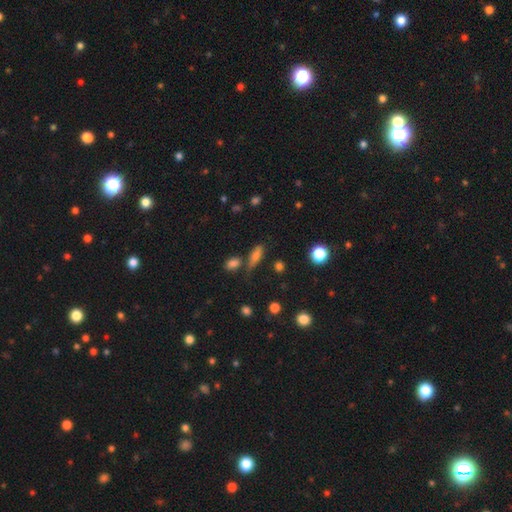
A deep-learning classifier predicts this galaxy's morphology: A smooth galaxy with no disk features (66%) that is in between round and cigar-shaped (49%).

Vote fractions:
- Smooth or featured? smooth: 66% / featured or disk: 19% / star or artifact: 15%
- How rounded? in between: 49% / cigar-shaped: 43% / round: 8%
- Merging? none: 63% / minor disturbance: 17% / merger: 14% / major disturbance: 7%